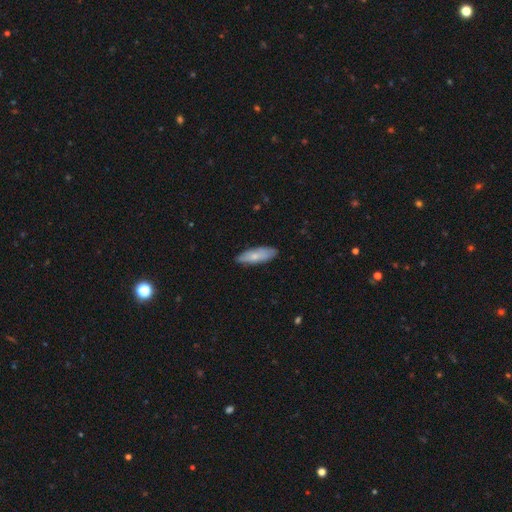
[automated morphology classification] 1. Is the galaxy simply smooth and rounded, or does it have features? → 71% smooth, 24% featured or disk, 6% star or artifact.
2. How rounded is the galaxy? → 56% in between, 42% cigar-shaped, 2% round.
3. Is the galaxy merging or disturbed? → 82% none, 15% minor disturbance, 2% major disturbance, 1% merger.